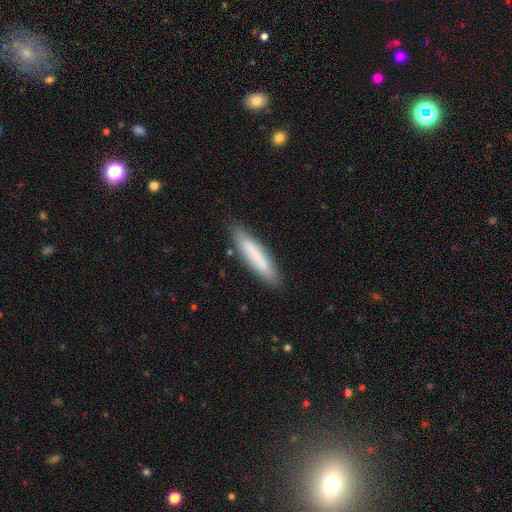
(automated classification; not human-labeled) smooth-or-featured: smooth: 75% | featured or disk: 19% | star or artifact: 6%
  how-rounded: cigar-shaped: 83% | in between: 16% | round: 1%
  merging: none: 84% | minor disturbance: 12% | major disturbance: 2% | merger: 2%